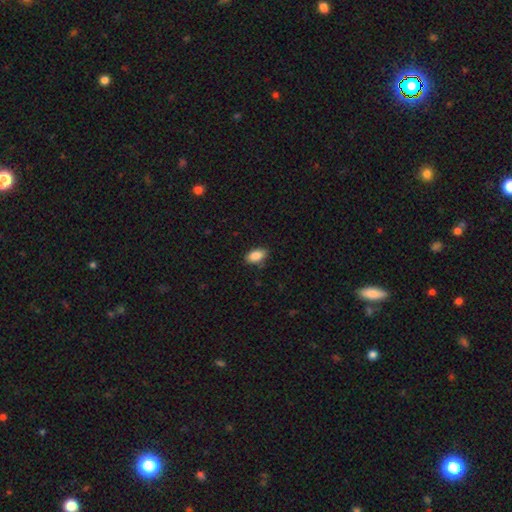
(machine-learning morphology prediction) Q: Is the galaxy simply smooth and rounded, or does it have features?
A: smooth — 88%.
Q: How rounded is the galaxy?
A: in between — 92%.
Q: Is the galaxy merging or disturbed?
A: none — 84%.